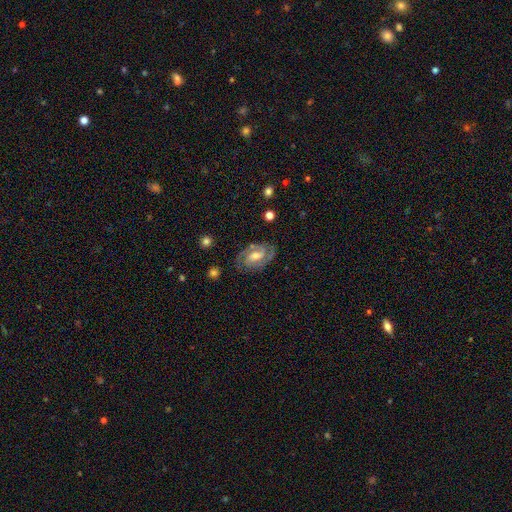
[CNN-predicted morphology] Smooth or featured? Predicted: featured or disk (p=0.84). Edge-on disk? Predicted: no (p=0.97). Bar? Predicted: weak (p=0.50). Spiral arms? Predicted: yes (p=0.96). Spiral winding? Predicted: tight (p=0.56). Spiral arm count? Predicted: 2 (p=0.84). Bulge size? Predicted: moderate (p=0.58). Merging? Predicted: none (p=0.83).